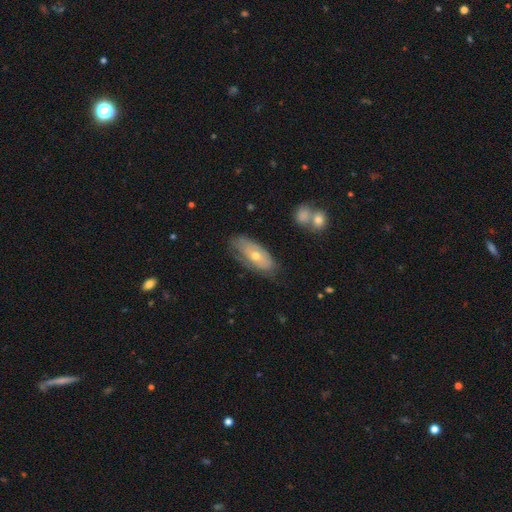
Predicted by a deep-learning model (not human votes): Smooth or featured: smooth — 50% (featured or disk — 44%)
Merging: none — 60% (minor disturbance — 28%)